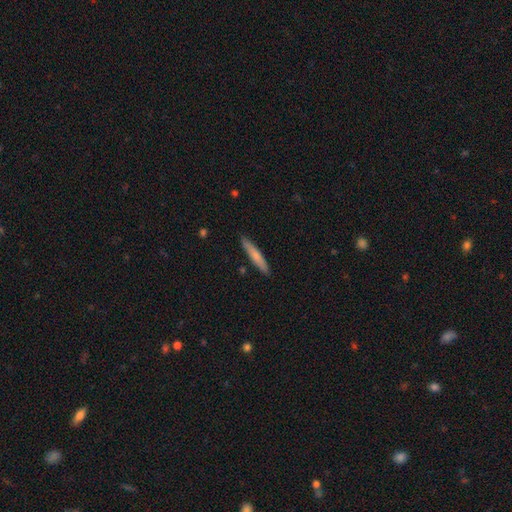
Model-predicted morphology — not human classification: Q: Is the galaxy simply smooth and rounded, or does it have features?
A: smooth — 66%.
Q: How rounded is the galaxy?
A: cigar-shaped — 93%.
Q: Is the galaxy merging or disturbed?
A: none — 89%.